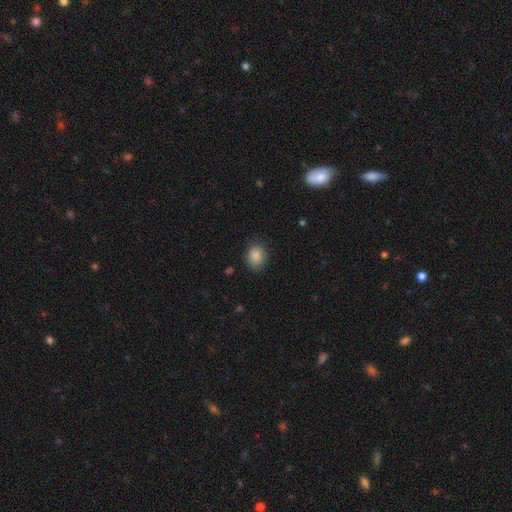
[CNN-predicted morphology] Smooth or featured?
  - smooth: 88% *
  - star or artifact: 9%
  - featured or disk: 4%
How rounded?
  - round: 56% *
  - in between: 43%
  - cigar-shaped: 1%
Merging?
  - none: 82% *
  - minor disturbance: 14%
  - major disturbance: 3%
  - merger: 1%